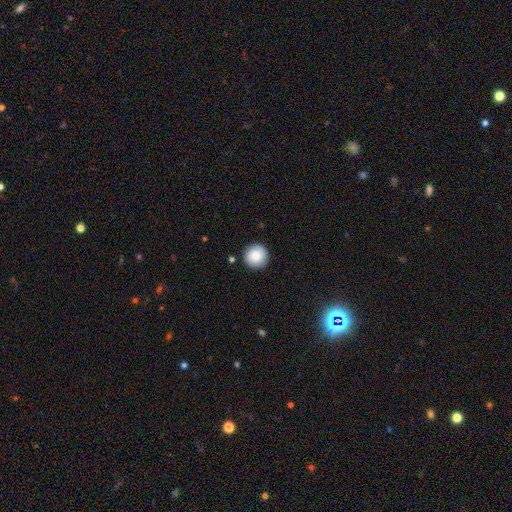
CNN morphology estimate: Overall: smooth (85%). How rounded: round (96%). Merging: none (90%).